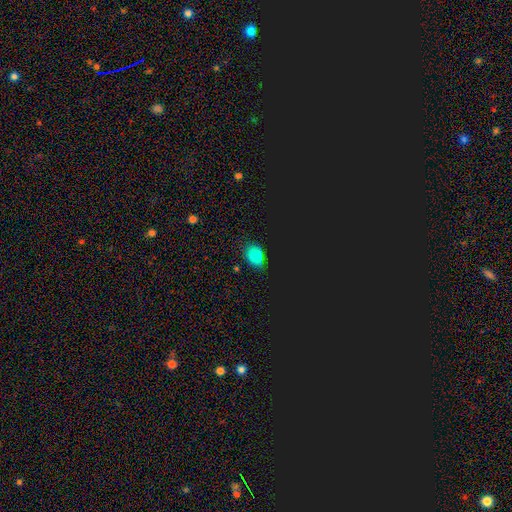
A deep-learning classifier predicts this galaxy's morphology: Overall: smooth (72%). How rounded: in between (66%; round 33%). Merging: none (75%).